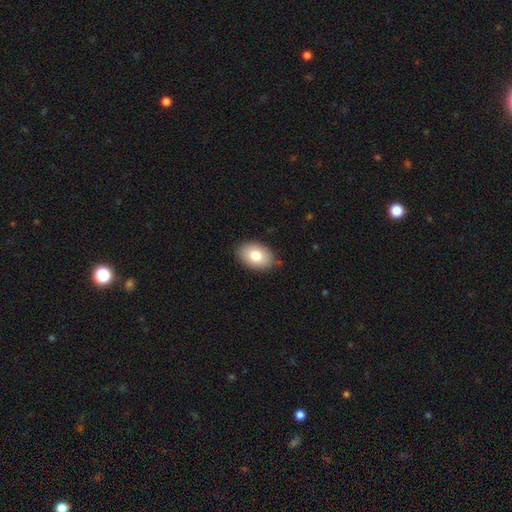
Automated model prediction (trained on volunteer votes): A smooth galaxy with no disk features (81%) that is in between round and cigar-shaped (89%). Merging: none (86%).